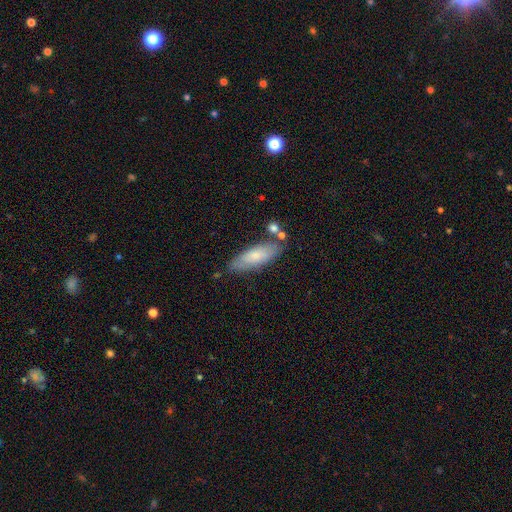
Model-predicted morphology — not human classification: The model was most divided on "how rounded": in between: 55%, cigar-shaped: 43%, round: 2%. More confident: merging — none (74%); smooth or featured — smooth (70%).